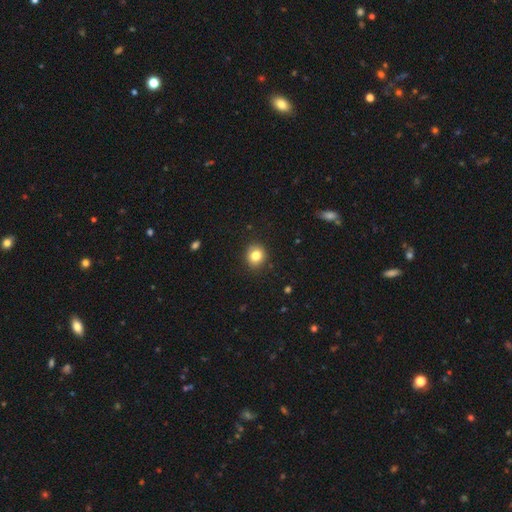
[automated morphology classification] This is clearly a smooth galaxy (82%). How rounded: likely round (79%). Merging: clearly none (89%).